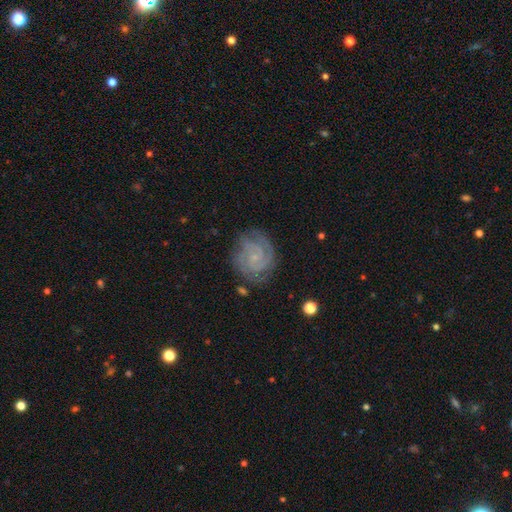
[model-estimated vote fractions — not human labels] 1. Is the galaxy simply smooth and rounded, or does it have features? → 82% featured or disk, 11% smooth, 7% star or artifact.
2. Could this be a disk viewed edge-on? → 98% no, 2% yes.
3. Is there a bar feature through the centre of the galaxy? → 70% no, 25% weak, 5% strong.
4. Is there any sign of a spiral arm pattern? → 97% yes, 3% no.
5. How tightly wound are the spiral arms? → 75% tight, 22% medium, 4% loose.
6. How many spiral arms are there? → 30% 2, 26% 3, 22% can't tell, 11% 4, 6% more than 4, 6% 1.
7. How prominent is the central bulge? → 77% small, 12% none, 9% moderate, 1% large, 1% dominant.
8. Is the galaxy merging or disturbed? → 78% none, 16% minor disturbance, 5% major disturbance, 2% merger.